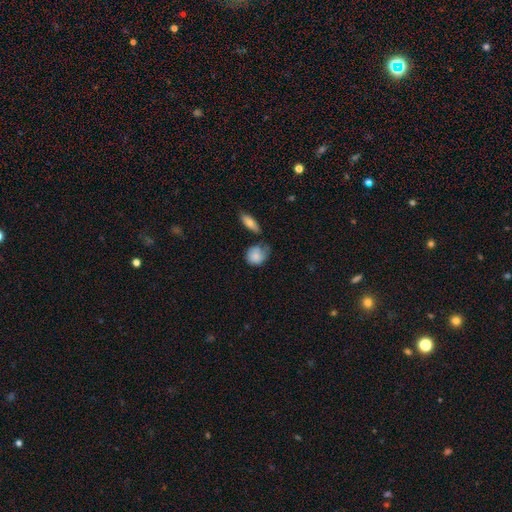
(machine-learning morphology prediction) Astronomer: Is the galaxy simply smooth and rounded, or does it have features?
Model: smooth — 79%.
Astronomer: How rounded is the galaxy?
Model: round — 56% (runner-up: in between, 42%).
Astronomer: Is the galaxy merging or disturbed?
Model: none — 35% (runner-up: minor disturbance, 34%).